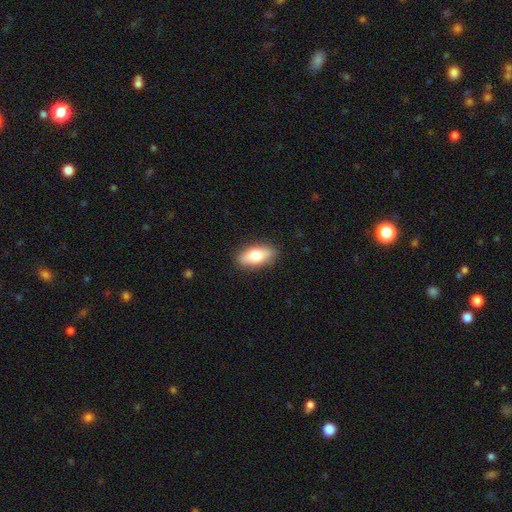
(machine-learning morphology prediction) smooth 70%, featured or disk 23%, star or artifact 7%. Down the decision tree: how rounded — in between (81%); merging — none (87%).